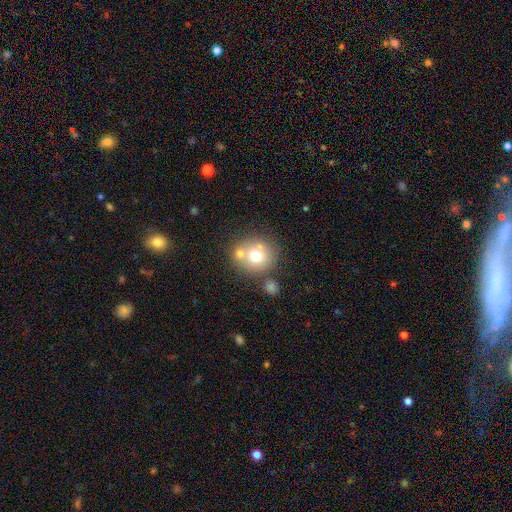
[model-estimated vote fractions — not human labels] Morphology: type=smooth (69%); roundness=round (86%); merging=none (59%).